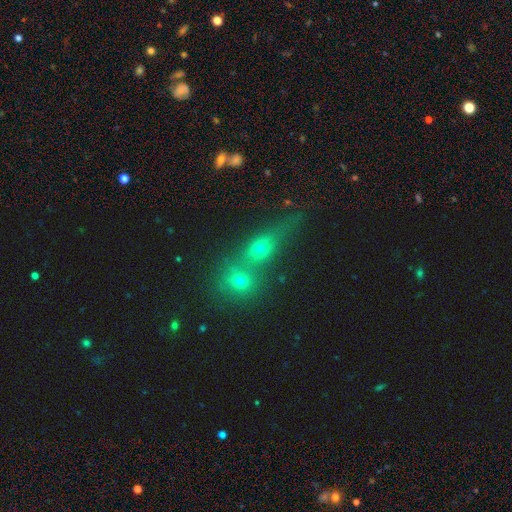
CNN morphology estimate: The model was most divided on "smooth or featured": smooth: 47%, star or artifact: 34%, featured or disk: 19%. More confident: merging — merger (55%).